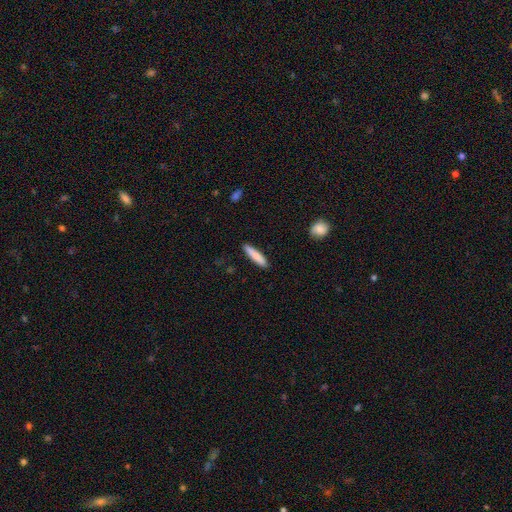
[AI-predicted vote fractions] This appears to be a smooth galaxy with no disk features (80%) that is cigar-shaped (83%). Merging: none (89%).